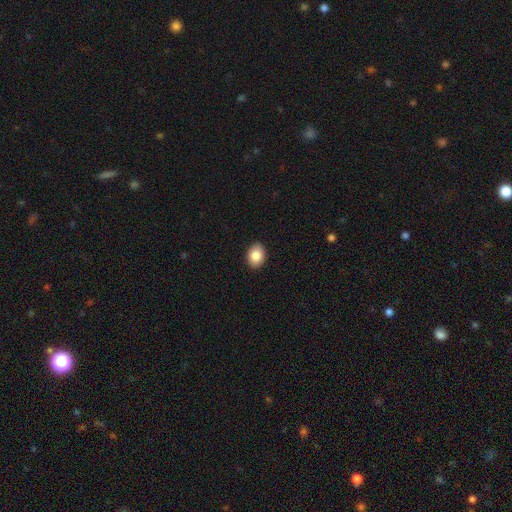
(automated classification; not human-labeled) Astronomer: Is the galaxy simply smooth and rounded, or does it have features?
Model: smooth — 85%.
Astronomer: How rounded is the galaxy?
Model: in between — 71%.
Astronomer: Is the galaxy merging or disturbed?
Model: none — 90%.